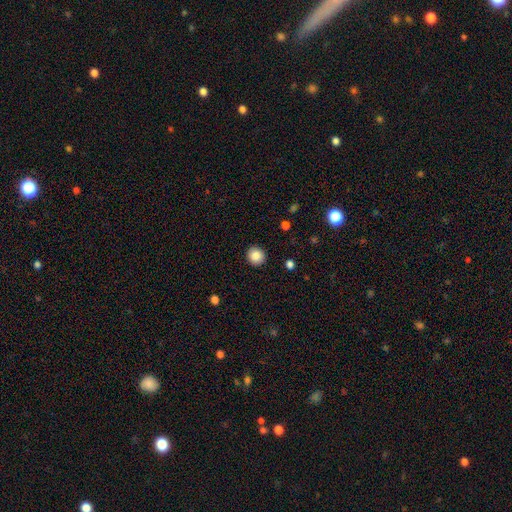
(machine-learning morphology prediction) Q: Smooth or featured?
A: smooth (85%); runner-up: star or artifact (9%)
Q: How rounded?
A: round (91%); runner-up: in between (8%)
Q: Merging?
A: none (92%); runner-up: minor disturbance (5%)